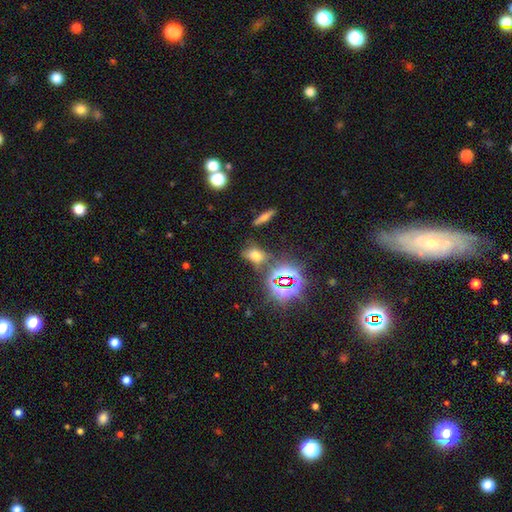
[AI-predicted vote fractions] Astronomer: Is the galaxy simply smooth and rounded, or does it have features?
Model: smooth — 51% (runner-up: star or artifact, 37%).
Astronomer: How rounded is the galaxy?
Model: in between — 74%.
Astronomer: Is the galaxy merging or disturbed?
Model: none — 67%.